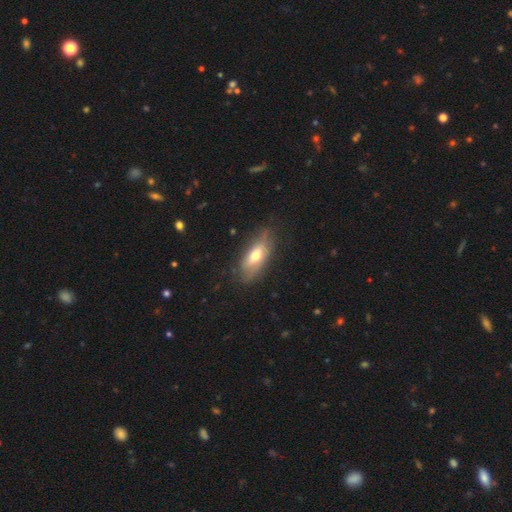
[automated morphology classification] smooth-or-featured: smooth: 57% | featured or disk: 36% | star or artifact: 7%
  how-rounded: in between: 77% | cigar-shaped: 20% | round: 3%
  merging: none: 68% | minor disturbance: 23% | major disturbance: 7% | merger: 2%